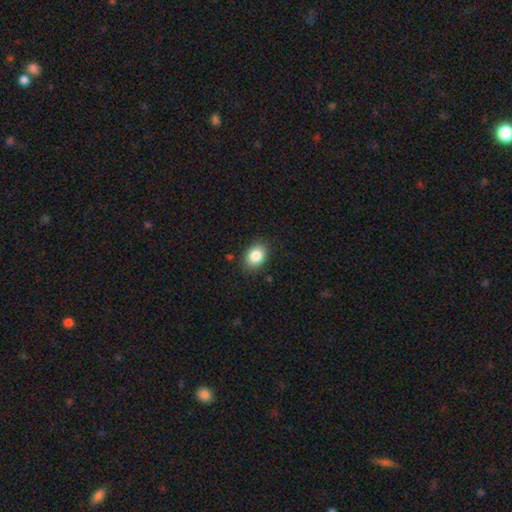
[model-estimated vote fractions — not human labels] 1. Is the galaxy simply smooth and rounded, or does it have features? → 85% smooth, 8% star or artifact, 7% featured or disk.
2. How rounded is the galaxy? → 73% in between, 26% round, 1% cigar-shaped.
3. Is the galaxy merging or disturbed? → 85% none, 11% minor disturbance, 3% major disturbance, 1% merger.